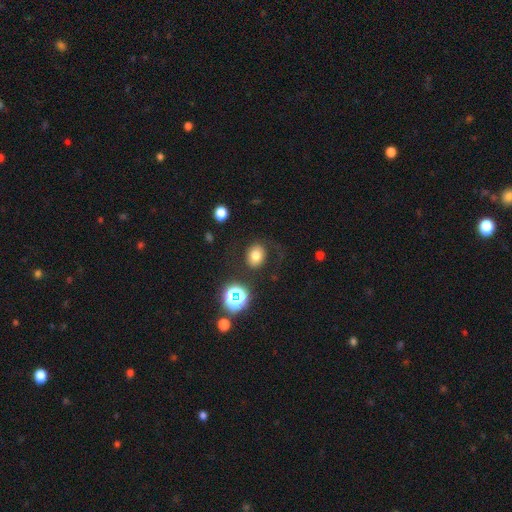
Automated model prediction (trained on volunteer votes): Smooth or featured? smooth (73%)
How rounded? round (56%)
Merging? none (72%)